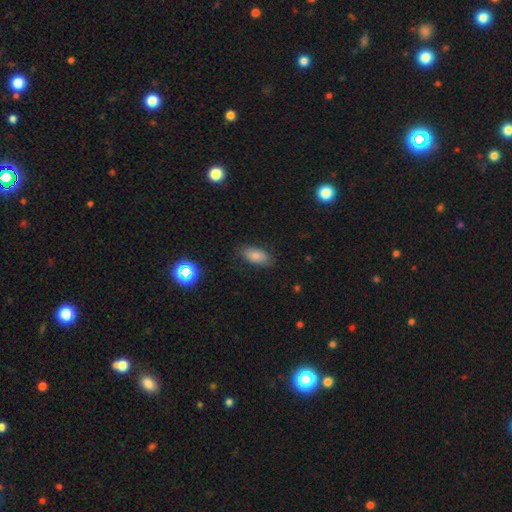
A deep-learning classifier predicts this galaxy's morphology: smooth 76%, featured or disk 12%, star or artifact 12%. Down the decision tree: how rounded — in between (89%); merging — none (83%).